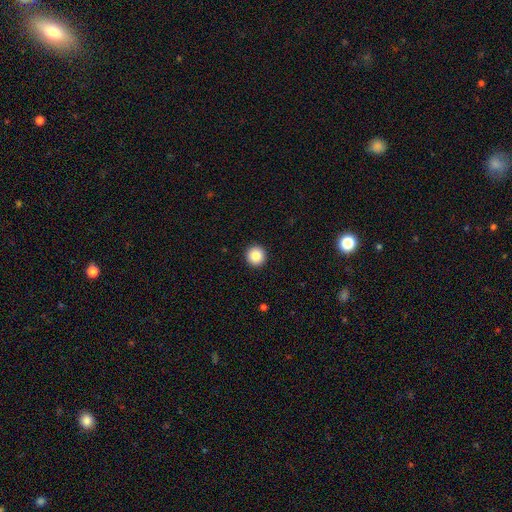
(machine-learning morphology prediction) The model was most divided on "smooth or featured": smooth: 86%, star or artifact: 9%, featured or disk: 5%. More confident: how rounded — round (96%); merging — none (94%).